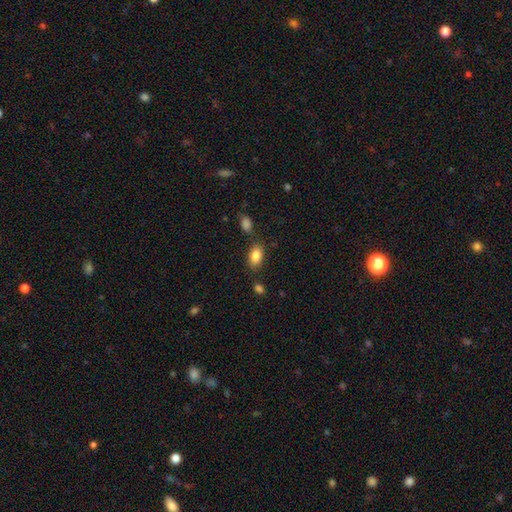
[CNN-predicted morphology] A smooth galaxy with no disk features (85%) that is in between round and cigar-shaped (90%). Merging: none (77%).